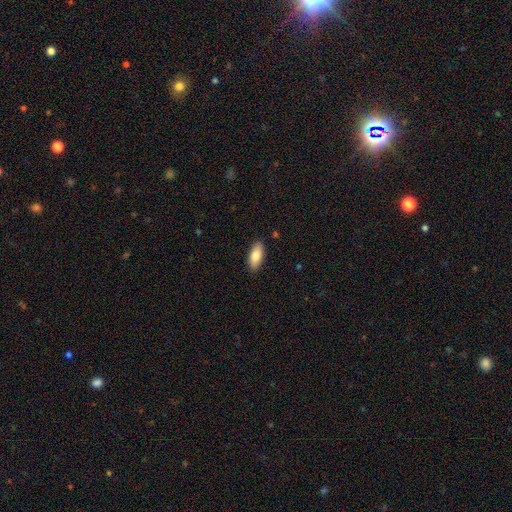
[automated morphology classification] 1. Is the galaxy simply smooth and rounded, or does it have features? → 83% smooth, 11% featured or disk, 6% star or artifact.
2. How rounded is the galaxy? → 86% in between, 12% cigar-shaped, 2% round.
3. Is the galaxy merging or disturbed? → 88% none, 9% minor disturbance, 2% major disturbance, 1% merger.